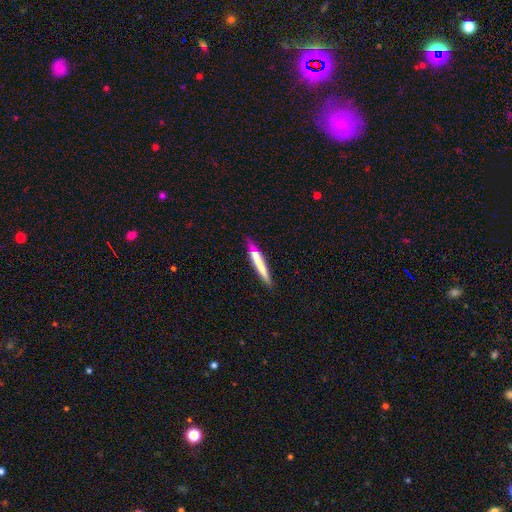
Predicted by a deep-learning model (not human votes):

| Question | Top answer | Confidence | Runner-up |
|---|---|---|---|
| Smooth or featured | smooth | 60% | featured or disk (33%) |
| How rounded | cigar-shaped | 95% | in between (4%) |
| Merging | none | 78% | minor disturbance (15%) |